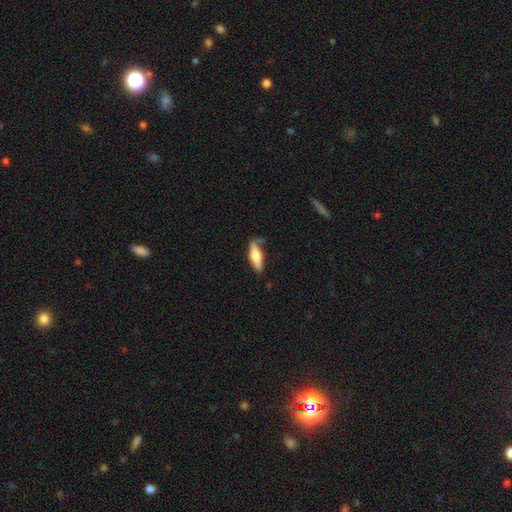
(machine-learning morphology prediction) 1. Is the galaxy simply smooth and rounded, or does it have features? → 52% smooth, 42% featured or disk, 6% star or artifact.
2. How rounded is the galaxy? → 58% cigar-shaped, 39% in between, 2% round.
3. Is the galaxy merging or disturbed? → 65% none, 23% minor disturbance, 7% major disturbance, 5% merger.